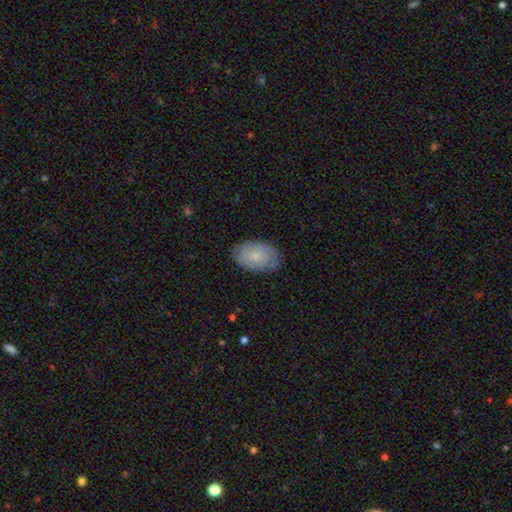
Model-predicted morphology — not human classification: A featured or disk galaxy (48%).

Vote fractions:
- Smooth or featured? featured or disk: 48% / smooth: 45% / star or artifact: 7%
- Merging? none: 76% / minor disturbance: 19% / major disturbance: 5% / merger: 1%